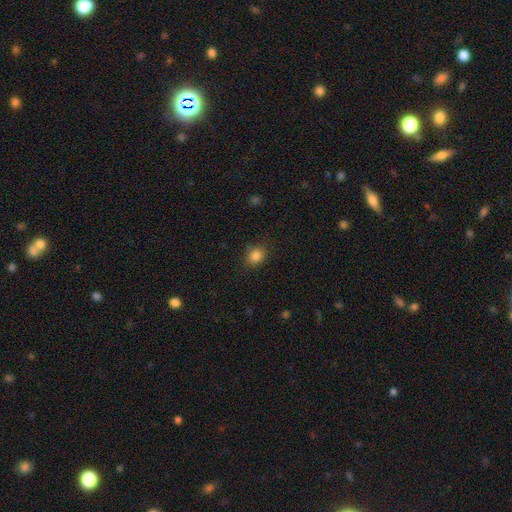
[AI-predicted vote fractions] Overall: smooth (84%). How rounded: round (61%; in between 38%). Merging: none (84%).